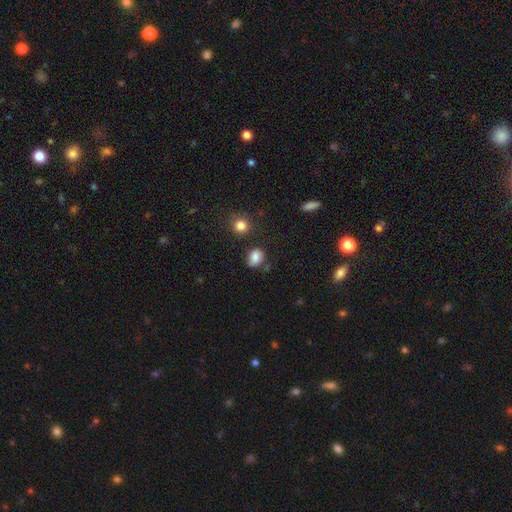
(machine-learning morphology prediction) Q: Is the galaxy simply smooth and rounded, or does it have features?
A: smooth — 81%.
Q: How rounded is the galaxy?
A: in between — 55%.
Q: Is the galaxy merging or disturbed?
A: none — 67%.